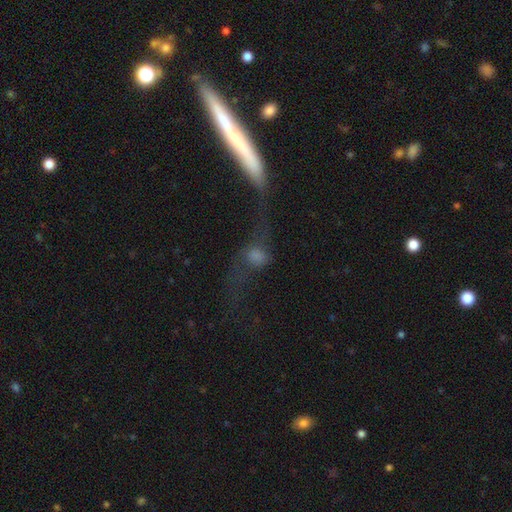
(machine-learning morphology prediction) This appears to be a smooth galaxy with no disk features (41%). Merging: major disturbance (32%).